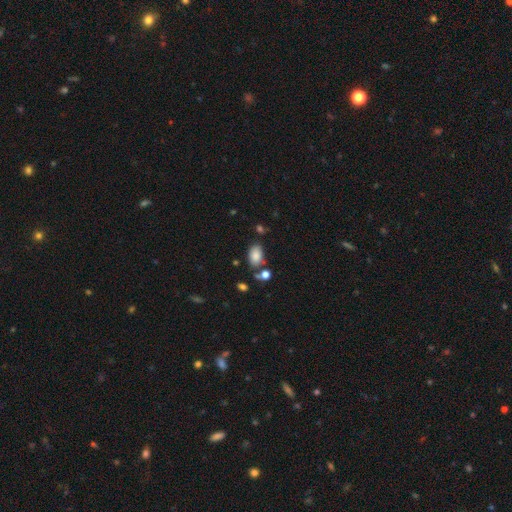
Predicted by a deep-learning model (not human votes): A smooth galaxy with no disk features (85%) that is in between round and cigar-shaped (91%). Merging: none (68%).